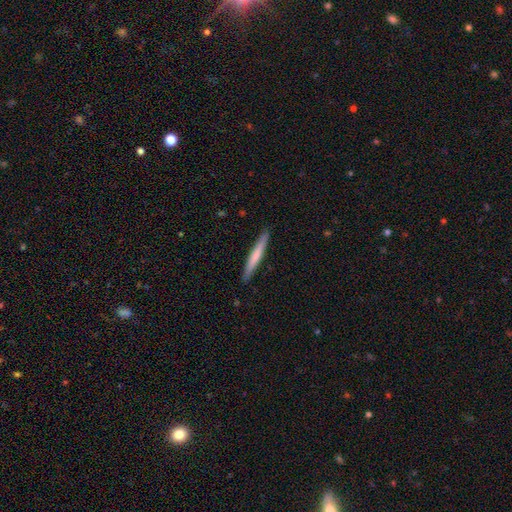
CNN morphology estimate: smooth 64%, featured or disk 31%, star or artifact 5%. Down the decision tree: how rounded — cigar-shaped (96%); merging — none (90%).